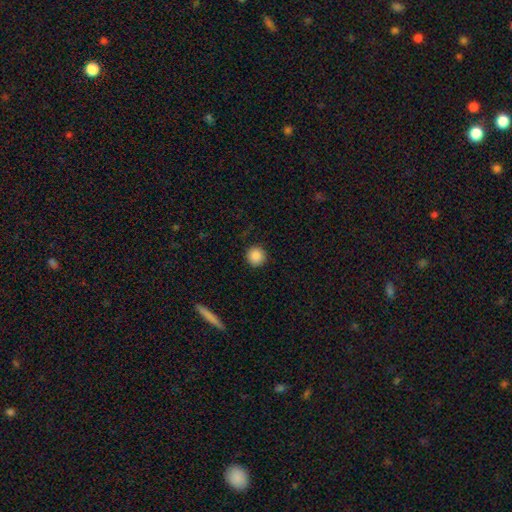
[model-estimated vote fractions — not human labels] A smooth galaxy with no disk features (87%) that is round (95%). Merging: none (90%).